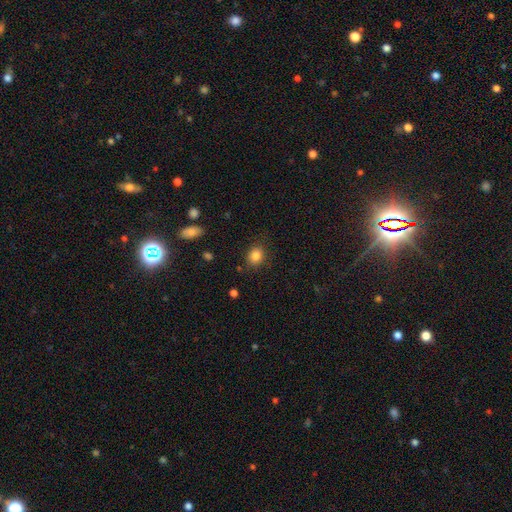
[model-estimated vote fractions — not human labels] Overall: smooth (84%). How rounded: round (57%; in between 42%). Merging: none (83%).